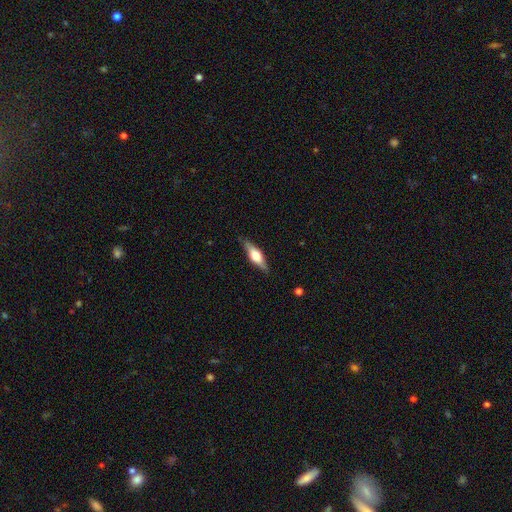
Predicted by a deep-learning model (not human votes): Smooth or featured?
  - featured or disk: 60% *
  - smooth: 33%
  - star or artifact: 6%
Edge-on disk?
  - yes: 94% *
  - no: 6%
Edge-on bulge?
  - rounded: 90% *
  - boxy: 9%
  - none: 2%
Merging?
  - none: 86% *
  - minor disturbance: 11%
  - major disturbance: 2%
  - merger: 1%